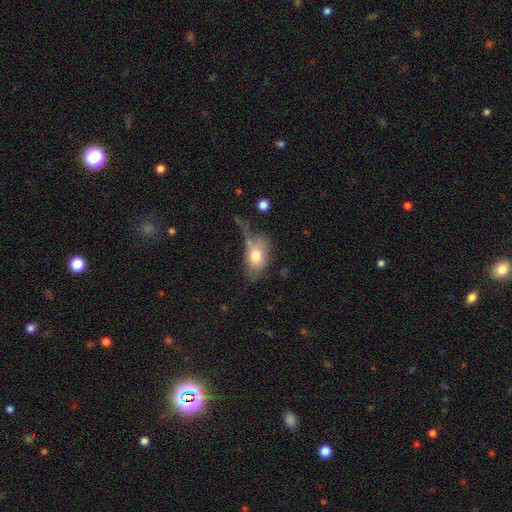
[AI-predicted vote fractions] Overall: smooth (74%). How rounded: in between (85%). Merging: none (38%; minor disturbance 27%).